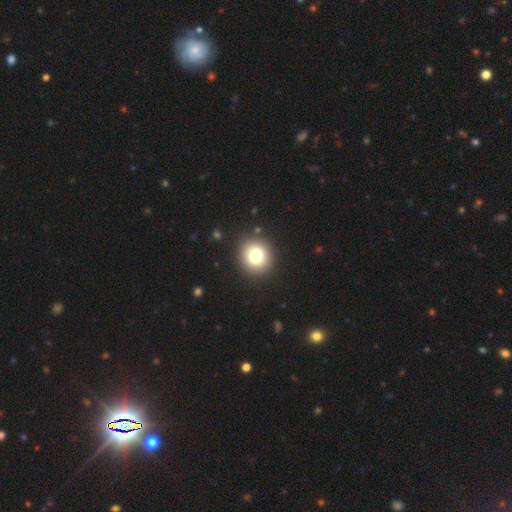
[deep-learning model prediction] A smooth galaxy with no disk features (79%) that is round (87%).

Vote fractions:
- Smooth or featured? smooth: 79% / star or artifact: 11% / featured or disk: 10%
- How rounded? round: 87% / in between: 12% / cigar-shaped: 1%
- Merging? none: 90% / minor disturbance: 6% / major disturbance: 2% / merger: 2%